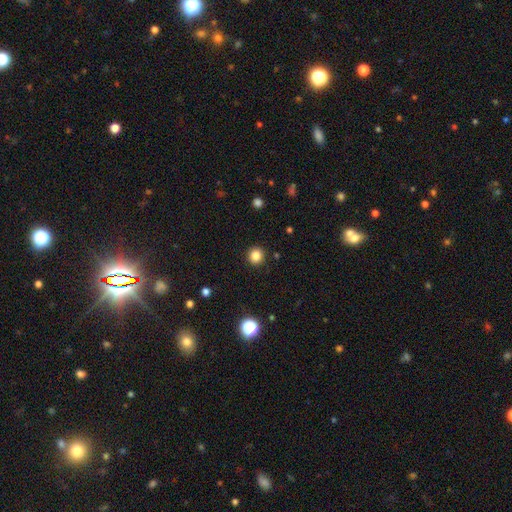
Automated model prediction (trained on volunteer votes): Smooth or featured? Predicted: smooth (p=0.84). How rounded? Predicted: round (p=0.92). Merging? Predicted: none (p=0.92).